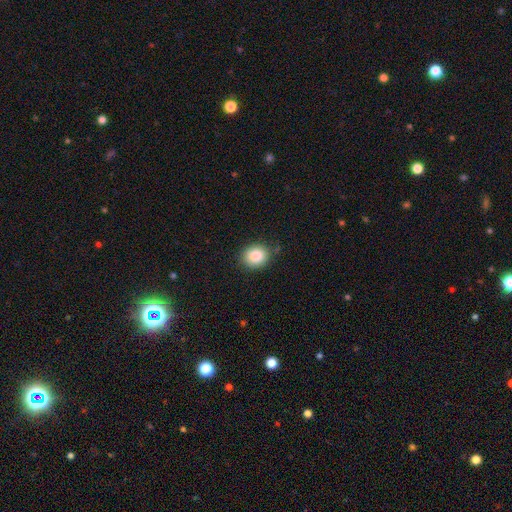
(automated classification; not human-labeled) Morphology: type=smooth (86%); roundness=round (68%); merging=none (82%).